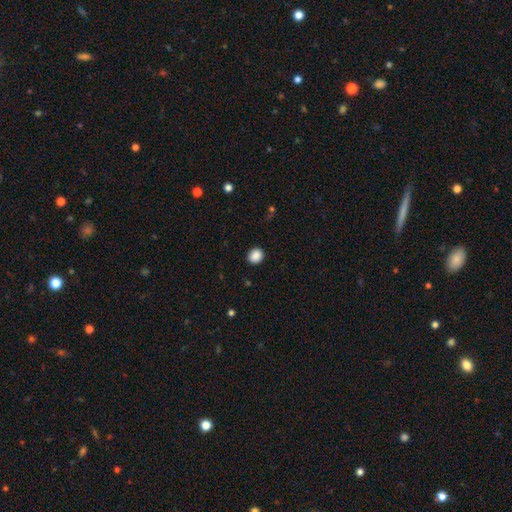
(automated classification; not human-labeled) smooth 88%, star or artifact 9%, featured or disk 3%. Down the decision tree: how rounded — round (70%); merging — none (91%).